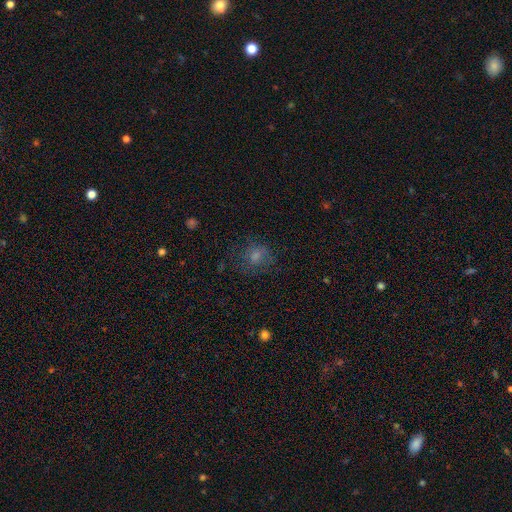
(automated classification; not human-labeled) This is likely a smooth galaxy (69%). How rounded: likely round (69%). Merging: likely none (68%).